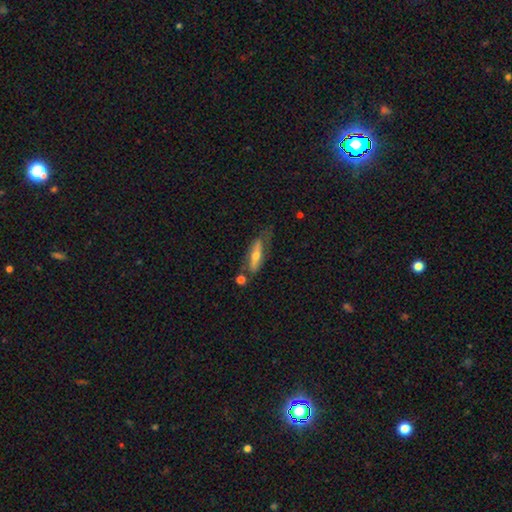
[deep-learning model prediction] featured or disk 53%, smooth 40%, star or artifact 7%. Down the decision tree: edge-on disk — yes (55%); merging — none (54%).